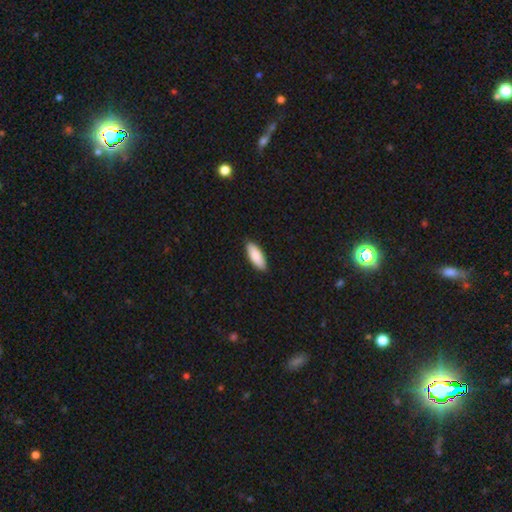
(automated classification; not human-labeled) smooth-or-featured: smooth: 87% | featured or disk: 8% | star or artifact: 5%
  how-rounded: in between: 72% | cigar-shaped: 26% | round: 2%
  merging: none: 89% | minor disturbance: 9% | major disturbance: 2% | merger: 1%